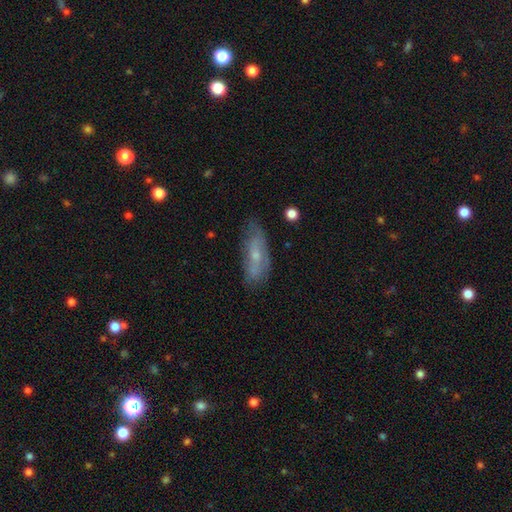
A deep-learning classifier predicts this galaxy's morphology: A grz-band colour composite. It shows a featured or disk galaxy (49%). Merging: none (68%).